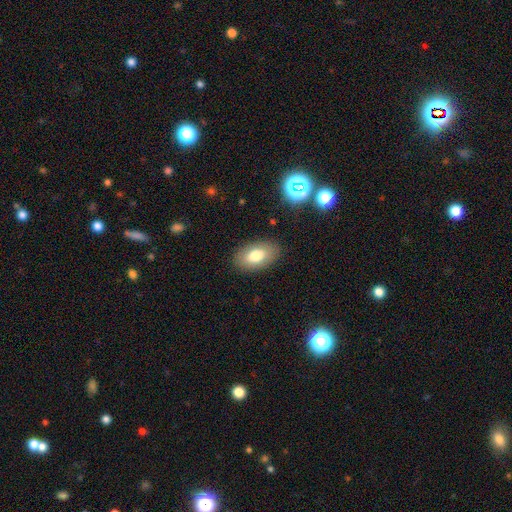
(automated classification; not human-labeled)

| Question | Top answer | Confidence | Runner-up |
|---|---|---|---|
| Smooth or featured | smooth | 76% | featured or disk (16%) |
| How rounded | in between | 92% | round (7%) |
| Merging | none | 86% | minor disturbance (10%) |